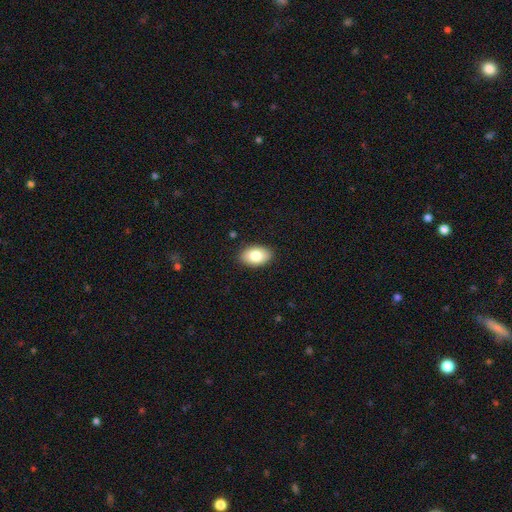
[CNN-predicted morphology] Smooth or featured: smooth — 83% (featured or disk — 10%)
How rounded: in between — 92% (round — 7%)
Merging: none — 88% (minor disturbance — 9%)